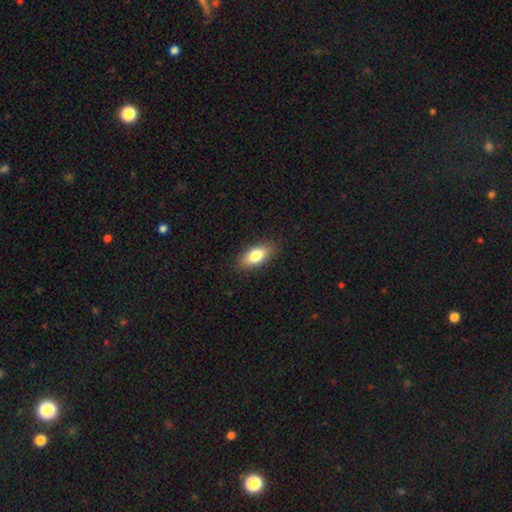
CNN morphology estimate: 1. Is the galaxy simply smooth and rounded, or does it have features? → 79% smooth, 14% featured or disk, 7% star or artifact.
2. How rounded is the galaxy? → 86% in between, 10% cigar-shaped, 4% round.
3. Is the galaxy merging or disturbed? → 87% none, 10% minor disturbance, 2% major disturbance, 1% merger.